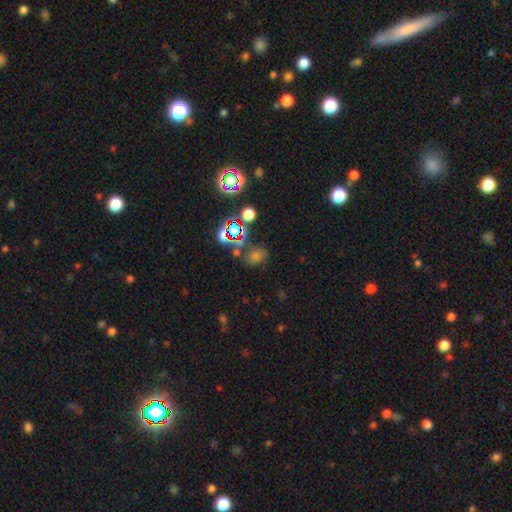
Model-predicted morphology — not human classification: smooth_or_featured: star or artifact (p=0.50) [alt: smooth p=0.39]